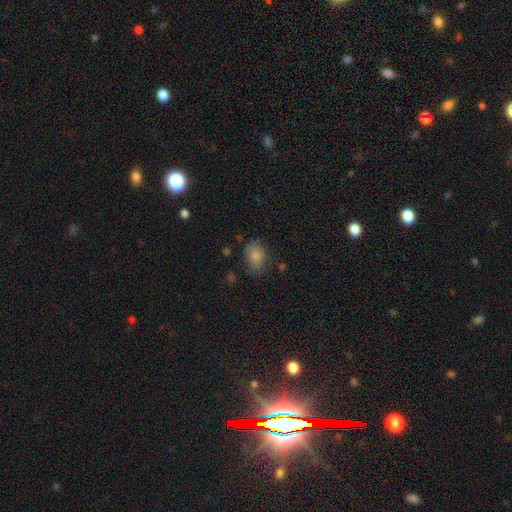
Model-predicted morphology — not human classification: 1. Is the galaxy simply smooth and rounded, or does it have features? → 83% smooth, 10% star or artifact, 7% featured or disk.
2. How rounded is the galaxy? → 70% in between, 28% round, 1% cigar-shaped.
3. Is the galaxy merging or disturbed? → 68% none, 22% minor disturbance, 7% major disturbance, 3% merger.